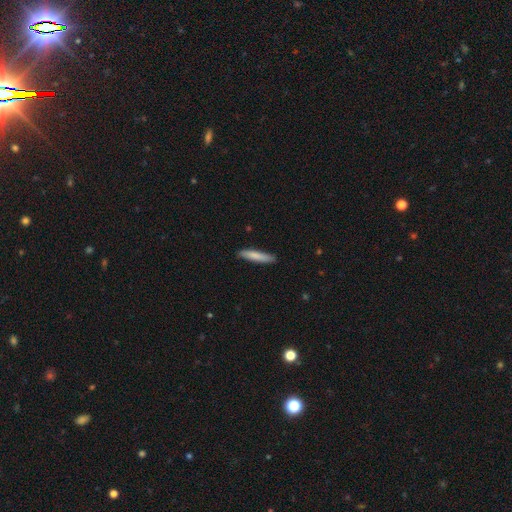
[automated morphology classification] A smooth galaxy with no disk features (81%) that is cigar-shaped (90%). Merging: none (88%).